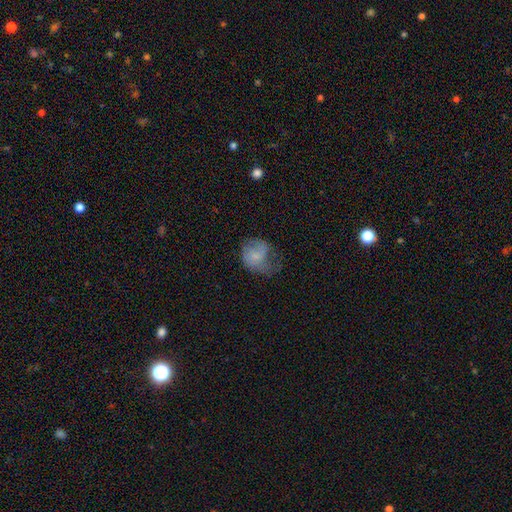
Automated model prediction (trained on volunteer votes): Smooth or featured? smooth (56%)
How rounded? round (61%)
Merging? major disturbance (41%)